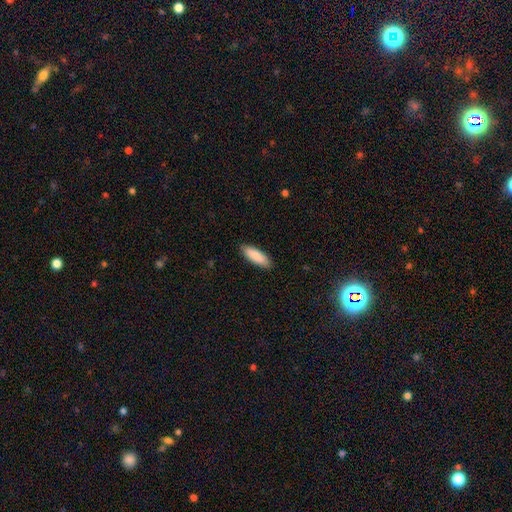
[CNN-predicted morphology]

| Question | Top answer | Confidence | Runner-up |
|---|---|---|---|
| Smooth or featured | smooth | 89% | featured or disk (5%) |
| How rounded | in between | 60% | cigar-shaped (38%) |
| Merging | none | 89% | minor disturbance (8%) |